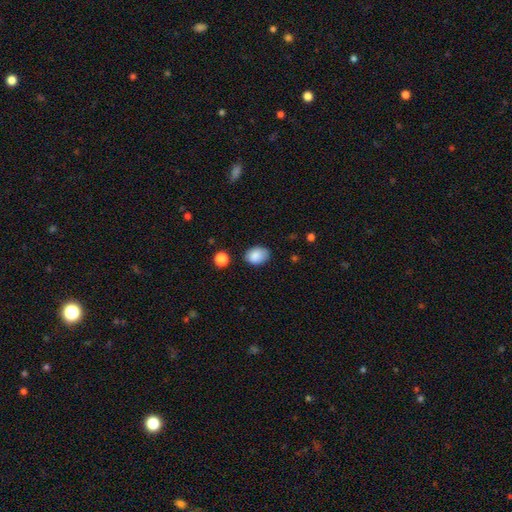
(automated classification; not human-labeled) Smooth or featured? smooth (87%)
How rounded? in between (78%)
Merging? none (76%)